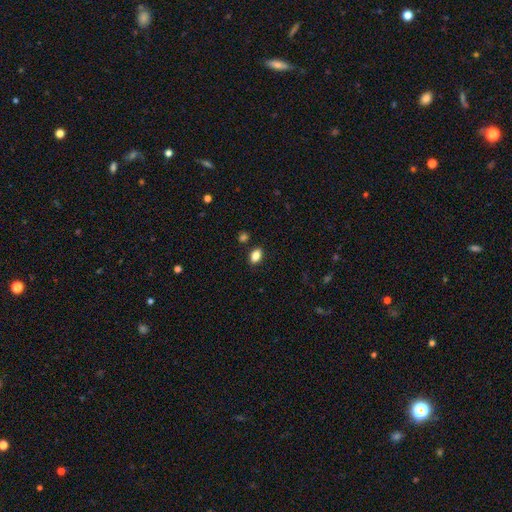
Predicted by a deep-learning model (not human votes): Smooth or featured?
  - smooth: 85% *
  - star or artifact: 9%
  - featured or disk: 6%
How rounded?
  - in between: 86% *
  - round: 11%
  - cigar-shaped: 2%
Merging?
  - none: 88% *
  - minor disturbance: 8%
  - merger: 2%
  - major disturbance: 2%